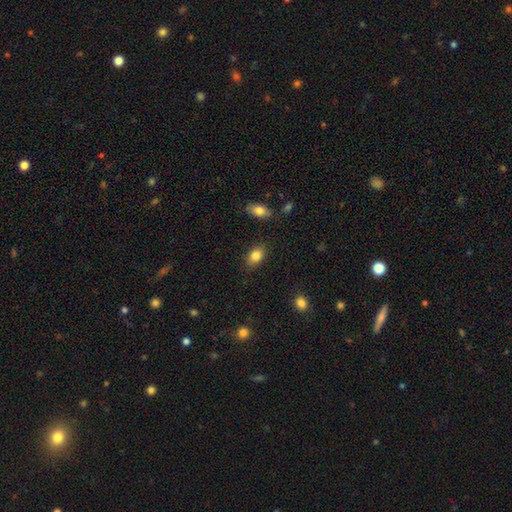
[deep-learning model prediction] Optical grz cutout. It shows a smooth galaxy with no disk features (84%) that is in between round and cigar-shaped (84%). Merging: none (85%).